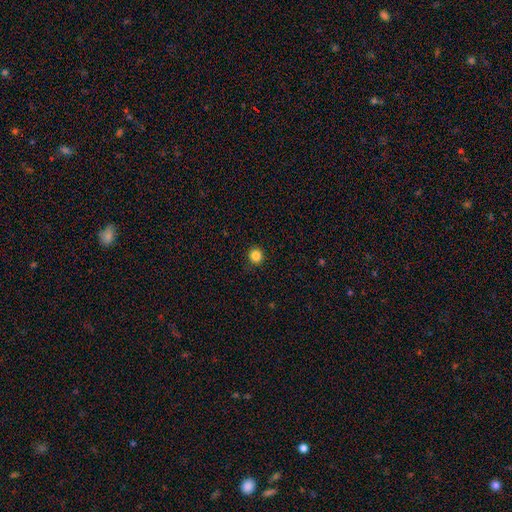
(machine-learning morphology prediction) A smooth galaxy with no disk features (85%) that is round (91%).

Vote fractions:
- Smooth or featured? smooth: 85% / star or artifact: 12% / featured or disk: 4%
- How rounded? round: 91% / in between: 8% / cigar-shaped: 1%
- Merging? none: 91% / minor disturbance: 6% / major disturbance: 2% / merger: 1%